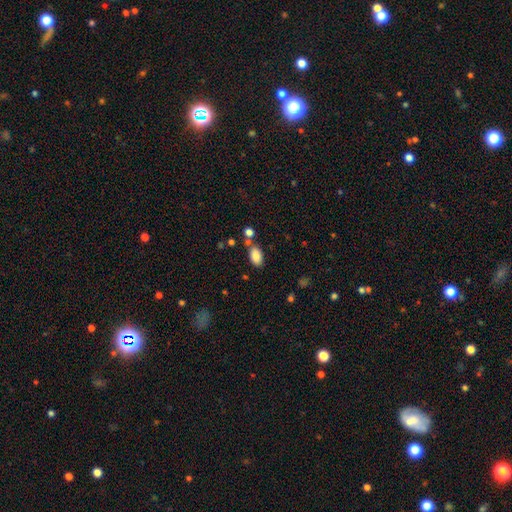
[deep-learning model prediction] Smooth or featured? Predicted: smooth (p=0.86). How rounded? Predicted: in between (p=0.93). Merging? Predicted: none (p=0.71).